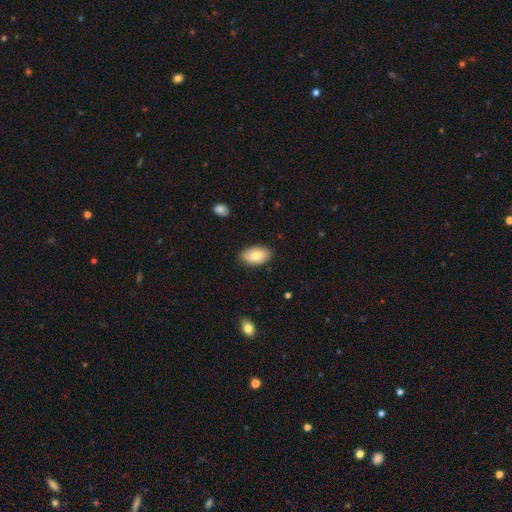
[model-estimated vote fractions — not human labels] Smooth or featured? smooth (75%)
How rounded? in between (94%)
Merging? none (84%)